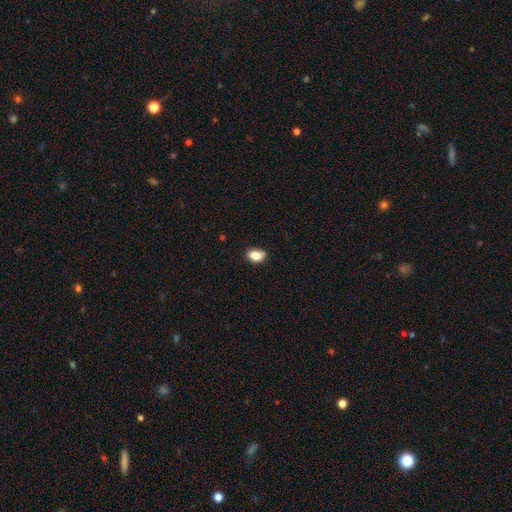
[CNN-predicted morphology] Overall: smooth (84%). How rounded: in between (77%). Merging: none (80%).